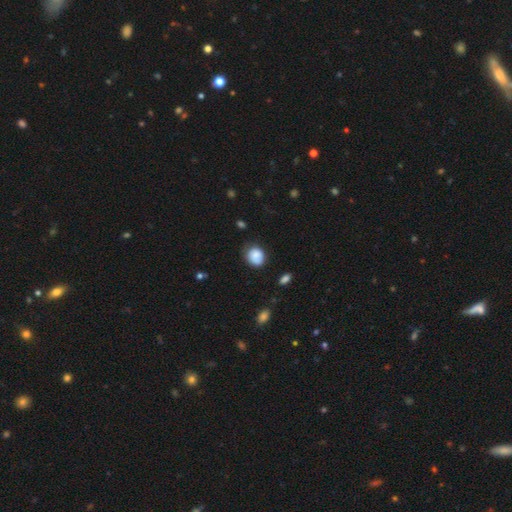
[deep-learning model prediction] Morphology: type=smooth (80%); roundness=round (59%); merging=none (57%).